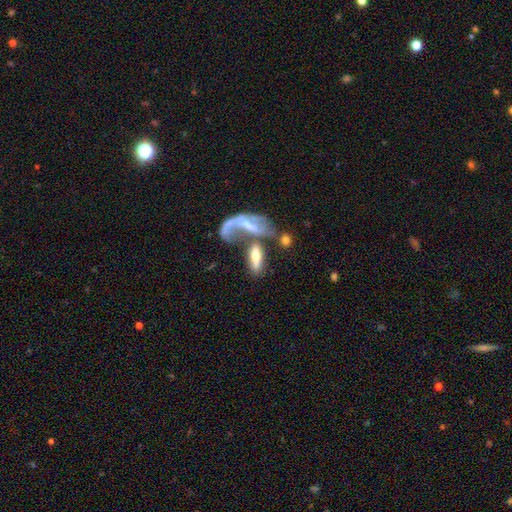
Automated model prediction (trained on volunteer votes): Smooth or featured: smooth — 52% (featured or disk — 39%)
How rounded: in between — 55% (cigar-shaped — 40%)
Merging: merger — 50% (none — 23%)